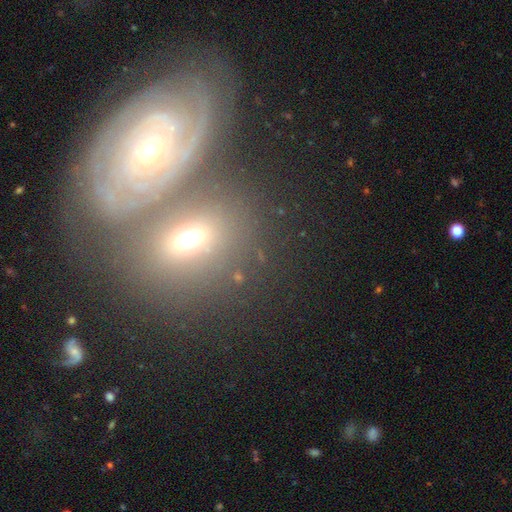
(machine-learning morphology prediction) Overall: featured or disk (67%). Edge-on disk: no (92%). Bar: no (61%; weak 26%). Spiral arms: yes (90%). Spiral arm count: 2 (29%, tied with can't tell). Spiral winding: tight (76%). Bulge size: small (55%; moderate 38%). Merging: none (52%; merger 32%).